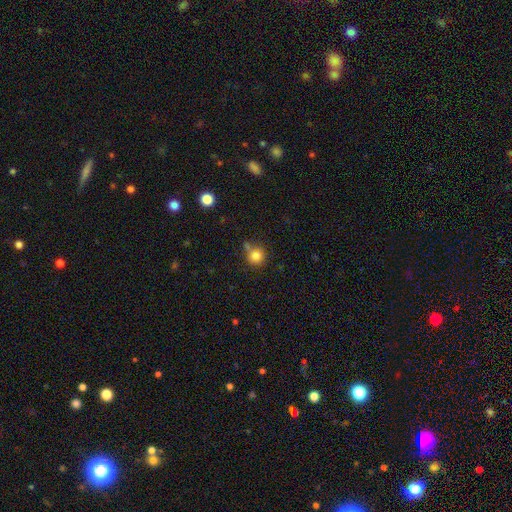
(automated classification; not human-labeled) Smooth or featured?
  - smooth: 81% *
  - star or artifact: 11%
  - featured or disk: 7%
How rounded?
  - round: 91% *
  - in between: 8%
  - cigar-shaped: 1%
Merging?
  - none: 64% *
  - minor disturbance: 16%
  - merger: 15%
  - major disturbance: 5%